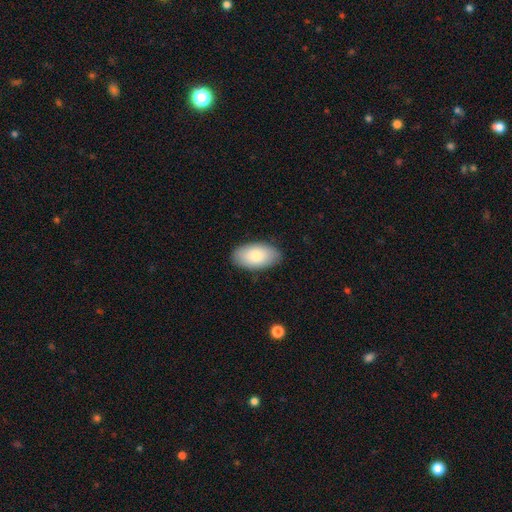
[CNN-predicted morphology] smooth_or_featured: smooth (p=0.82) [alt: featured or disk p=0.13]
how_rounded: in between (p=0.95) [alt: round p=0.03]
merging: none (p=0.85) [alt: minor disturbance p=0.11]